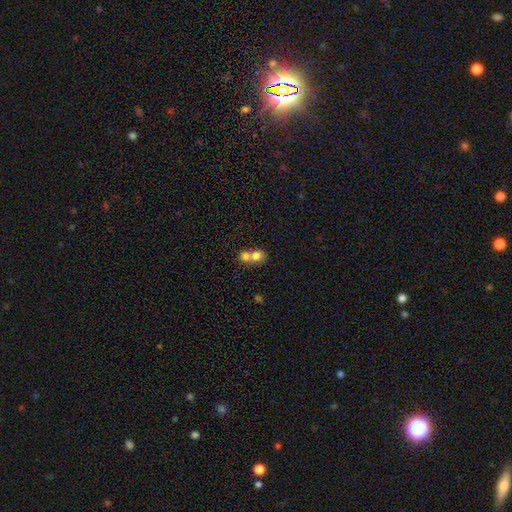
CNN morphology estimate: Smooth or featured?
  - smooth: 75% *
  - featured or disk: 16%
  - star or artifact: 10%
How rounded?
  - round: 68% *
  - in between: 31%
  - cigar-shaped: 1%
Merging?
  - merger: 69% *
  - none: 24%
  - minor disturbance: 5%
  - major disturbance: 2%